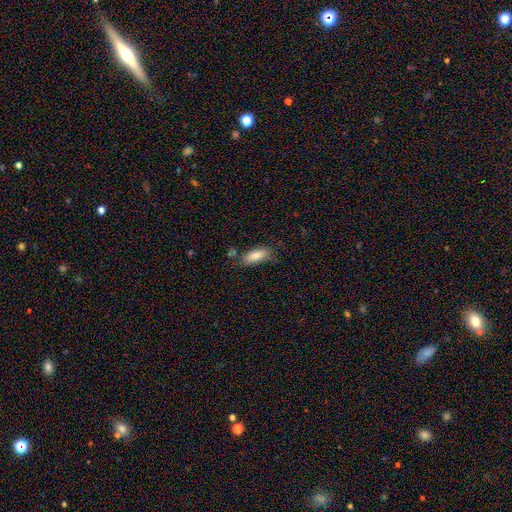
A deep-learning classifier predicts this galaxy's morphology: A smooth galaxy with no disk features (82%) that is in between round and cigar-shaped (75%). Merging: none (67%).